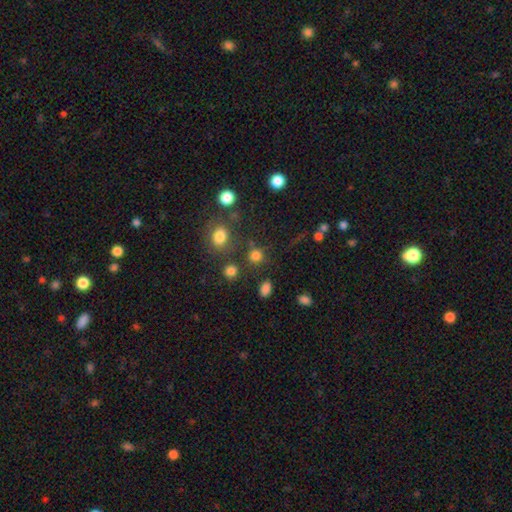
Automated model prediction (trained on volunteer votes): This appears to be a smooth galaxy with no disk features (78%) that is round (84%). Merging: none (72%).